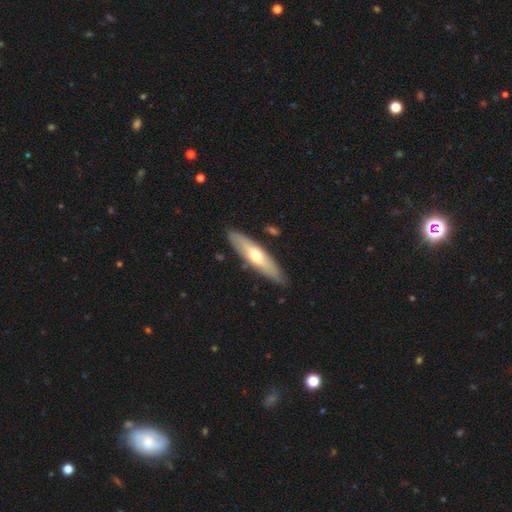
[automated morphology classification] smooth 52%, featured or disk 43%, star or artifact 5%. Down the decision tree: how rounded — cigar-shaped (69%); merging — none (84%).